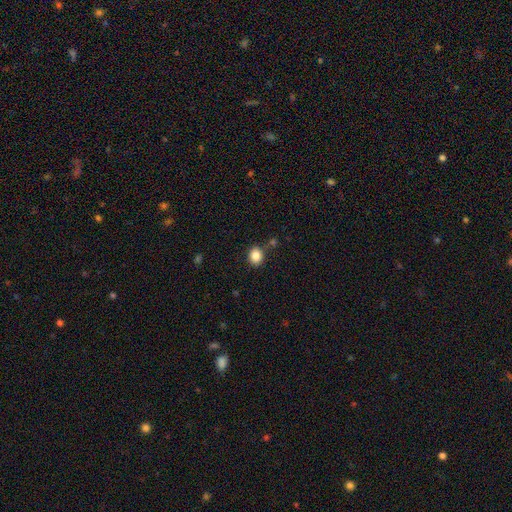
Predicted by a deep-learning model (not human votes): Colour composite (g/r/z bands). It shows a smooth galaxy with no disk features (86%) that is round (55%). Merging: none (78%).